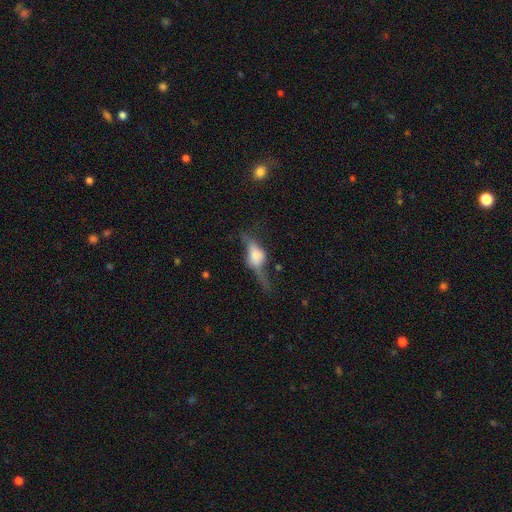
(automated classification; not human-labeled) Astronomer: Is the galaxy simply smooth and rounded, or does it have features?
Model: featured or disk — 61%.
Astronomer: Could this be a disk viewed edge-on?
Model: yes — 71%.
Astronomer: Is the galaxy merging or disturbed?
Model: major disturbance — 37% (runner-up: none, 34%).